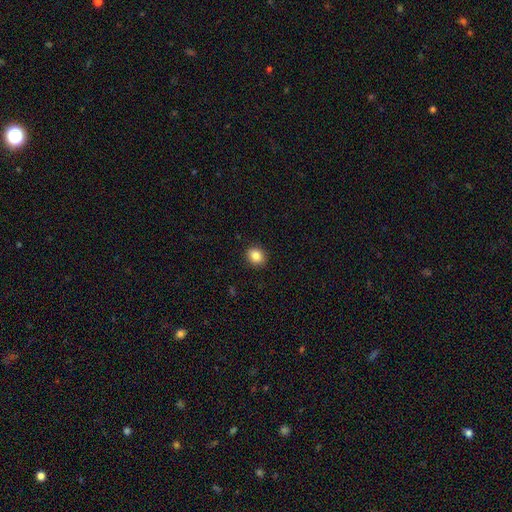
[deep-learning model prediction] Morphology: type=smooth (86%); roundness=round (57%); merging=none (90%).